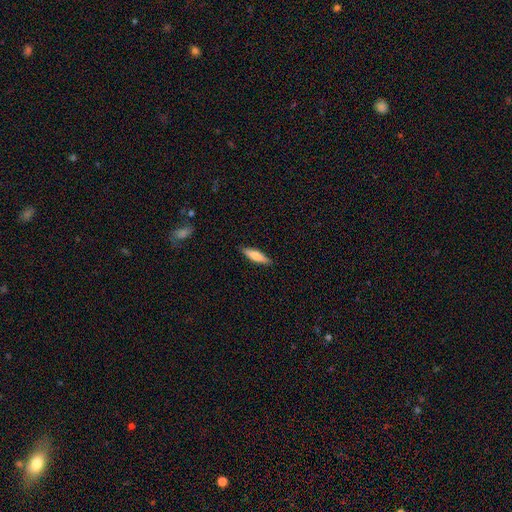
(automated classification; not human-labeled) Morphology: type=smooth (72%); roundness=cigar-shaped (68%); merging=none (88%).